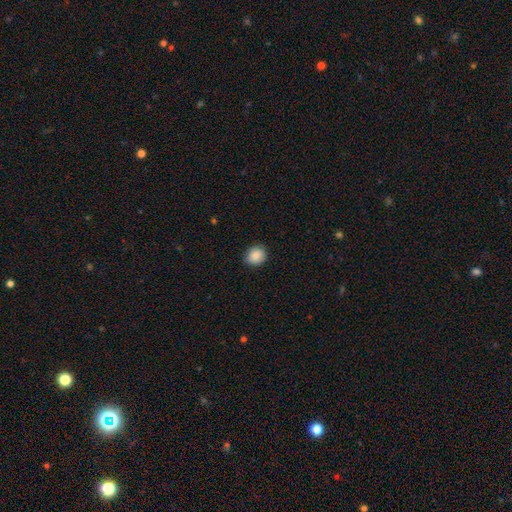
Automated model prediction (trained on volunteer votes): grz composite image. It shows a smooth galaxy with no disk features (89%) that is round (73%). Merging: none (85%).